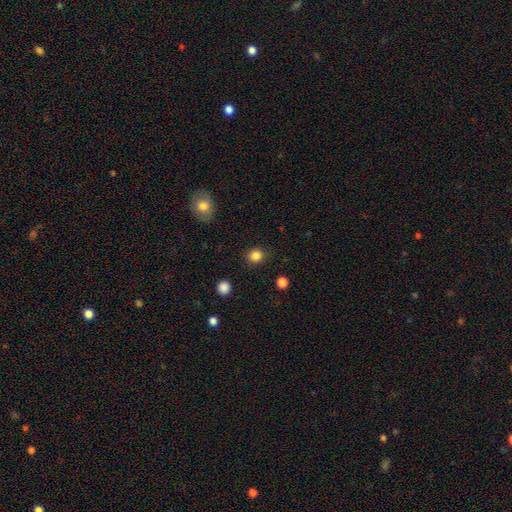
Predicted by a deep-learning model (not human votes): This is clearly a smooth galaxy (84%). How rounded: clearly round (82%). Merging: clearly none (89%).